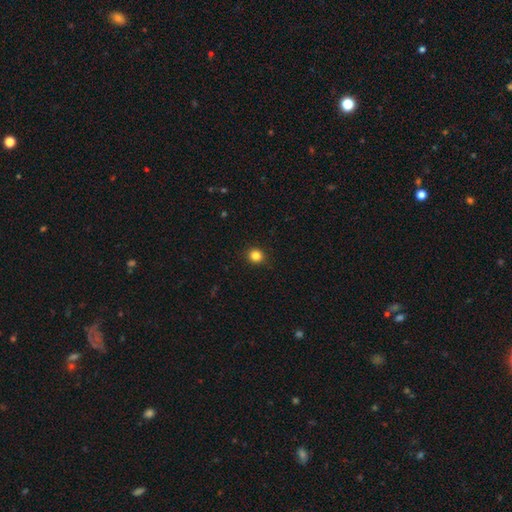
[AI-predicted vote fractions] Smooth or featured? smooth (84%)
How rounded? round (89%)
Merging? none (91%)